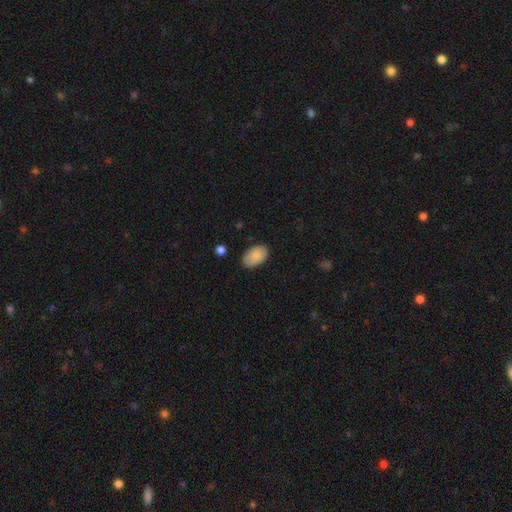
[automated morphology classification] type=smooth (88%); roundness=in between (92%); merging=none (83%).